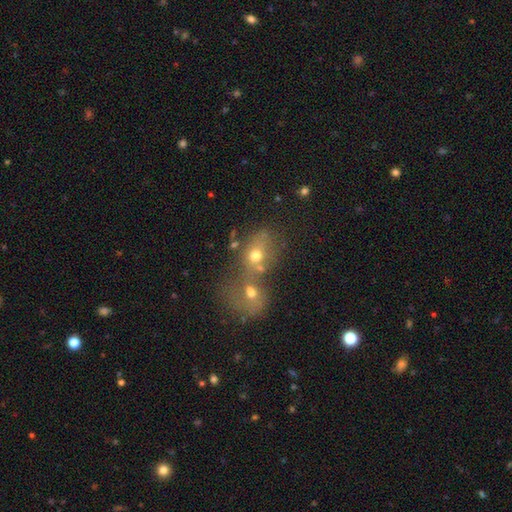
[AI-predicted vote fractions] This appears to be a smooth galaxy with no disk features (61%) that is round (51%). Merging: merger (66%).